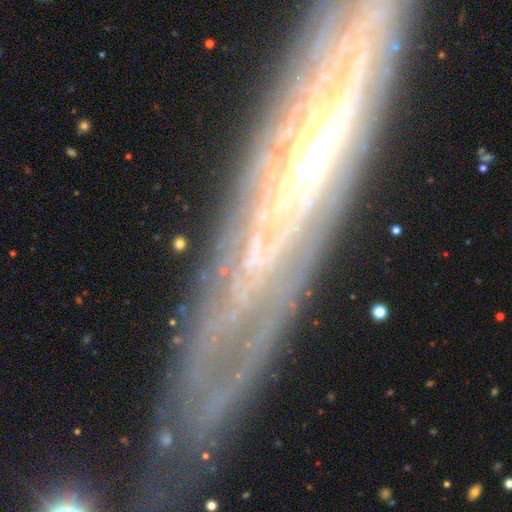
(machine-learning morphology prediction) featured or disk 60%, star or artifact 24%, smooth 16%. Down the decision tree: edge-on disk — no (80%); merging — none (66%).